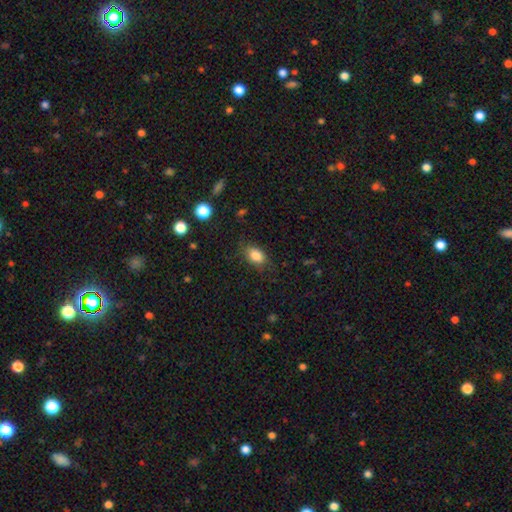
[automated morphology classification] smooth 83%, star or artifact 9%, featured or disk 8%. Down the decision tree: how rounded — in between (85%); merging — none (76%).